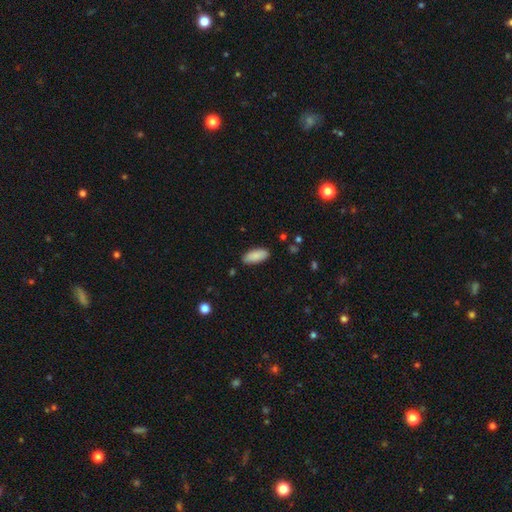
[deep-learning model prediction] smooth 89%, star or artifact 6%, featured or disk 5%. Down the decision tree: how rounded — in between (85%); merging — none (86%).